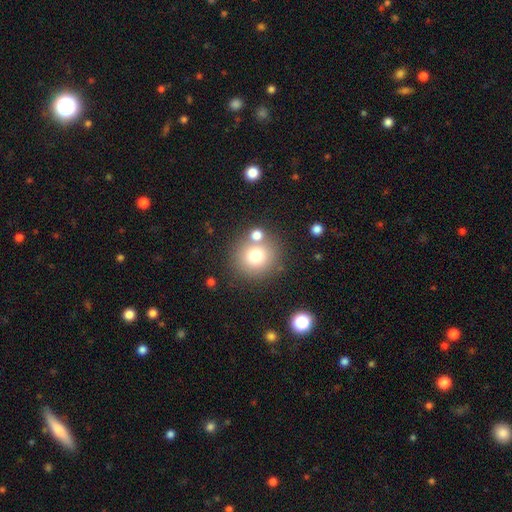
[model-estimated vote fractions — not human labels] smooth 73%, star or artifact 14%, featured or disk 13%. Down the decision tree: how rounded — round (90%); merging — none (73%).